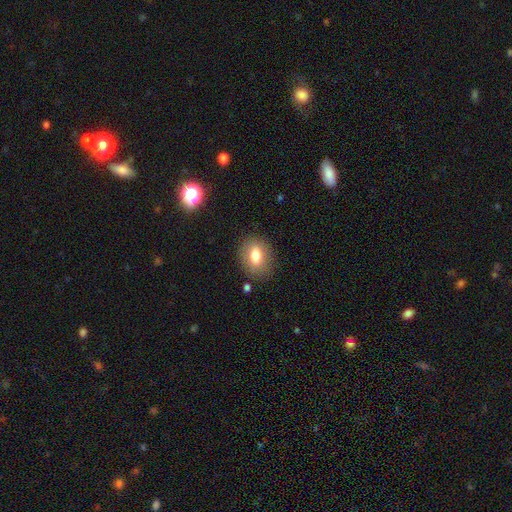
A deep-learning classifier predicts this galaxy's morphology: This is likely a smooth galaxy (75%). How rounded: likely in between (65%). Merging: clearly none (83%).